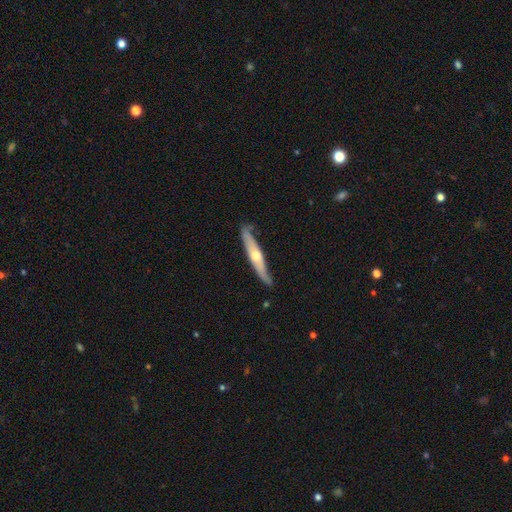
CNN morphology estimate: This appears to be a featured or disk galaxy (61%) viewed edge-on (85%) with a rounded central bulge (86%). Merging: none (79%).